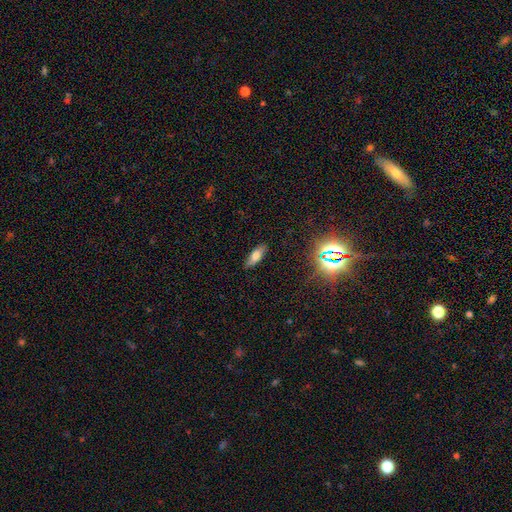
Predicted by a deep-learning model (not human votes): Smooth or featured: smooth — 70% (featured or disk — 18%)
How rounded: in between — 62% (cigar-shaped — 35%)
Merging: none — 85% (minor disturbance — 11%)